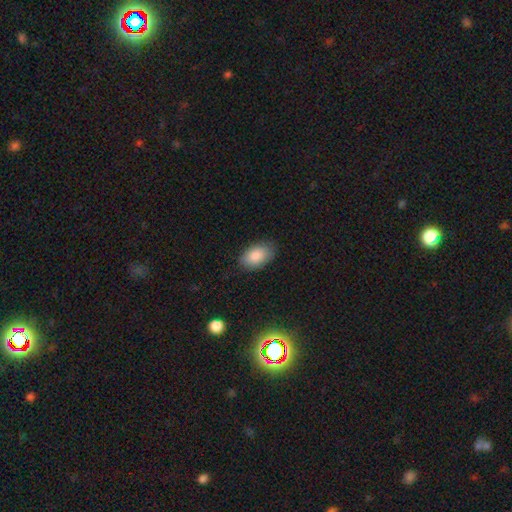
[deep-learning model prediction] This appears to be a smooth galaxy with no disk features (85%) that is in between round and cigar-shaped (92%). Merging: none (82%).